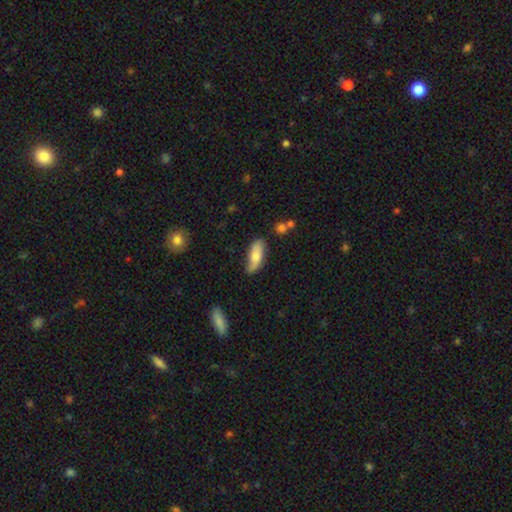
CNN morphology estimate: Q: Smooth or featured?
A: smooth (65%); runner-up: featured or disk (29%)
Q: How rounded?
A: in between (73%); runner-up: cigar-shaped (25%)
Q: Merging?
A: none (58%); runner-up: minor disturbance (31%)